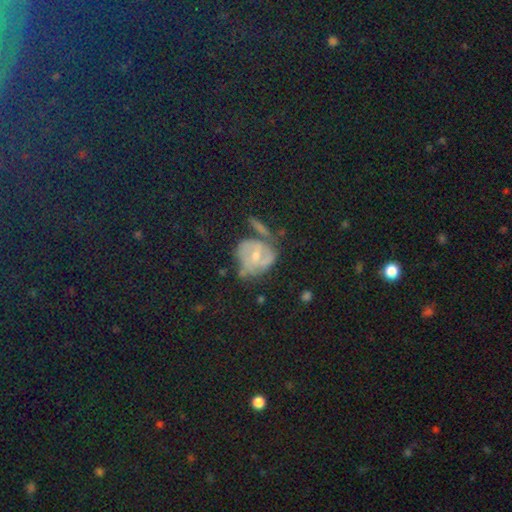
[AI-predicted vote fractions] This is marginally a featured or disk galaxy (44%). Merging: possibly none (47%).